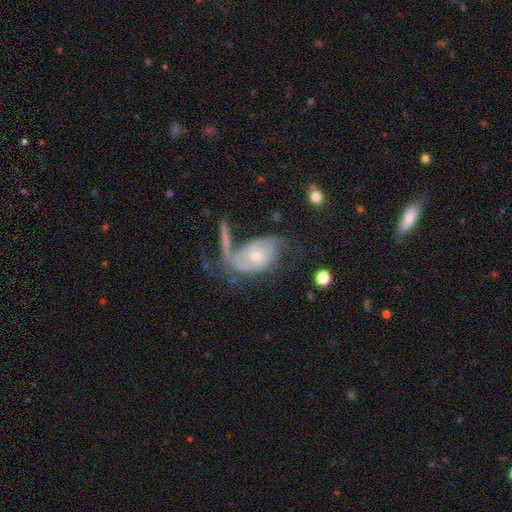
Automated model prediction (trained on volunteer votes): featured or disk 81%, smooth 13%, star or artifact 7%. Down the decision tree: edge-on disk — no (95%); bar — no (60%); spiral arms — yes (91%); spiral arm count — 2 (58%); spiral winding — medium (42%); bulge size — small (56%); merging — none (36%).